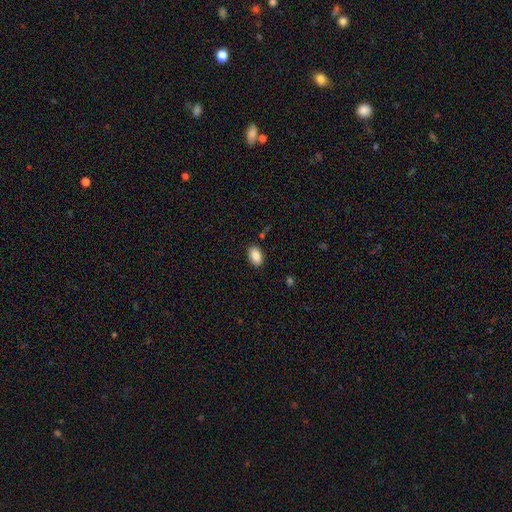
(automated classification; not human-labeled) smooth_or_featured: smooth (p=0.89) [alt: star or artifact p=0.07]
how_rounded: in between (p=0.90) [alt: round p=0.09]
merging: none (p=0.87) [alt: minor disturbance p=0.09]